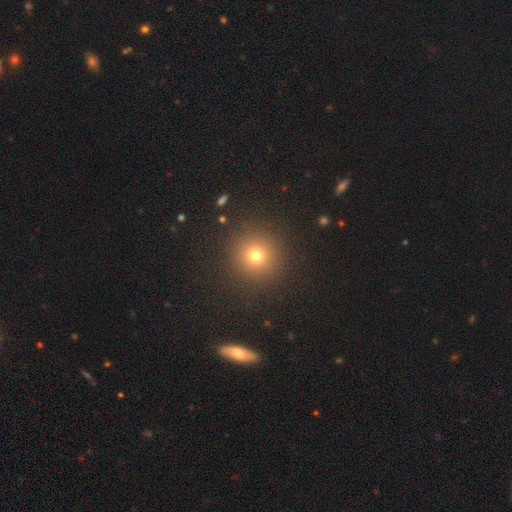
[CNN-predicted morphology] This is likely a smooth galaxy (73%). How rounded: clearly round (95%). Merging: clearly none (90%).